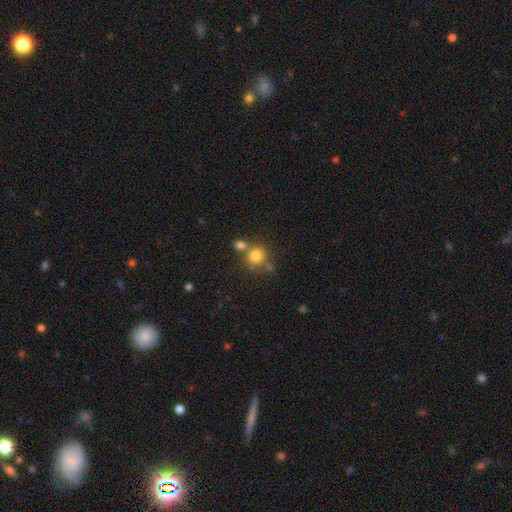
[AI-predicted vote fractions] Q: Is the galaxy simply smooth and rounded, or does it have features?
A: smooth — 80%.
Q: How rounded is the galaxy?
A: round — 88%.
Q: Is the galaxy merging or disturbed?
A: none — 59%.